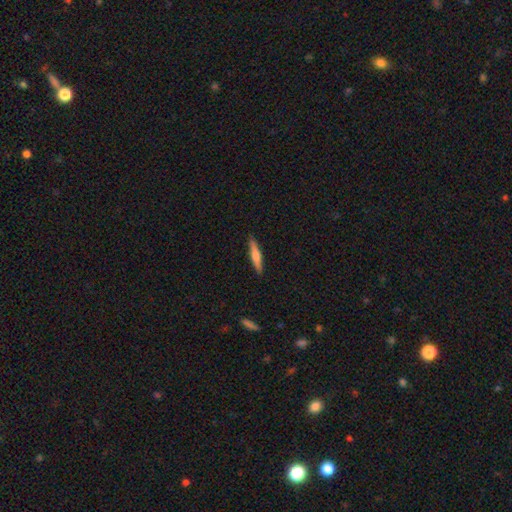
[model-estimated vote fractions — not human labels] smooth_or_featured: smooth (p=0.54) [alt: featured or disk p=0.41]
how_rounded: cigar-shaped (p=0.89) [alt: in between p=0.10]
merging: none (p=0.91) [alt: minor disturbance p=0.07]